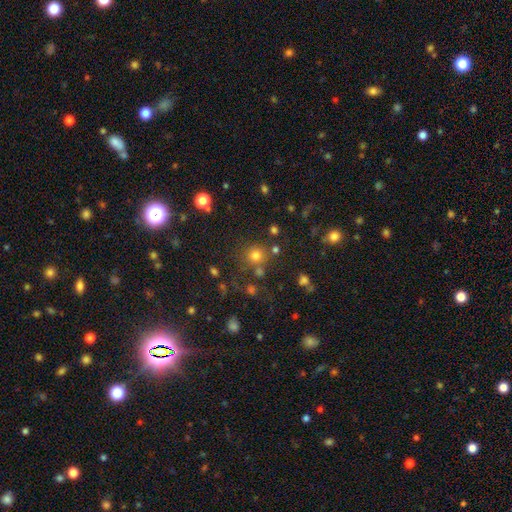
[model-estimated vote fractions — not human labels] Overall: smooth (72%). How rounded: round (90%). Merging: none (75%).